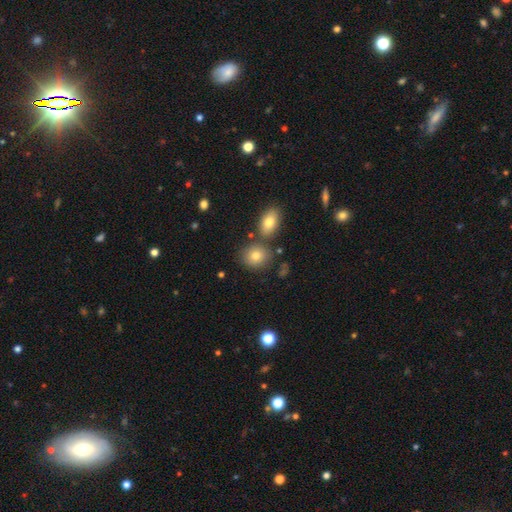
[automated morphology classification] Q: Smooth or featured?
A: smooth (80%); runner-up: featured or disk (10%)
Q: How rounded?
A: round (70%); runner-up: in between (29%)
Q: Merging?
A: none (71%); runner-up: merger (14%)